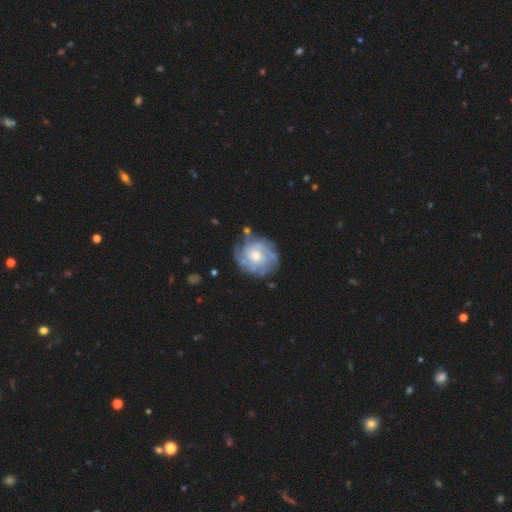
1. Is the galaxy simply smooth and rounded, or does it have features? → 78% featured or disk, 16% smooth, 5% star or artifact.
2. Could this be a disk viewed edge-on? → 93% no, 7% yes.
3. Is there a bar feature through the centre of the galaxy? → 78% no, 19% weak, 4% strong.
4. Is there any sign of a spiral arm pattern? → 89% yes, 11% no.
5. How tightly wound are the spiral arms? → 54% tight, 29% medium, 17% loose.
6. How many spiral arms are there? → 46% can't tell, 21% 2, 17% 4, 8% 1, 8% more than 4, 0% 3.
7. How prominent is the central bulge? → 48% moderate, 30% small, 11% large, 11% none, 0% dominant.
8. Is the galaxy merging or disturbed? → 69% none, 14% merger, 11% minor disturbance, 6% major disturbance.